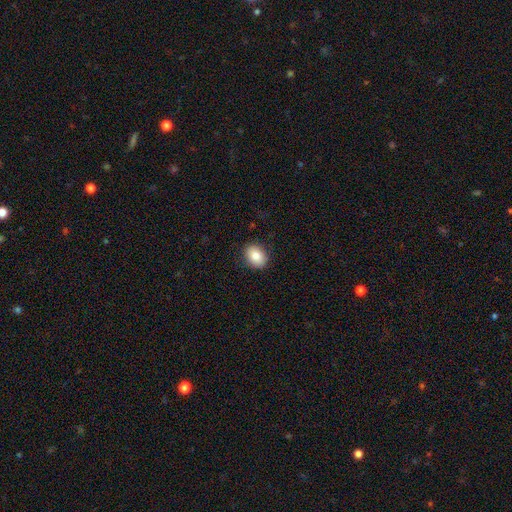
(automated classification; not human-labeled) Smooth or featured?
  - smooth: 83% *
  - featured or disk: 8%
  - star or artifact: 8%
How rounded?
  - in between: 65% *
  - round: 34%
  - cigar-shaped: 1%
Merging?
  - none: 88% *
  - minor disturbance: 9%
  - major disturbance: 2%
  - merger: 1%